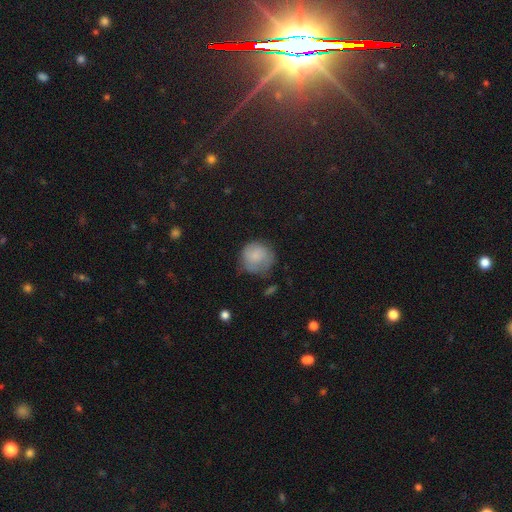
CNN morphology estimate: smooth 76%, featured or disk 17%, star or artifact 7%. Down the decision tree: how rounded — round (87%); merging — none (50%).